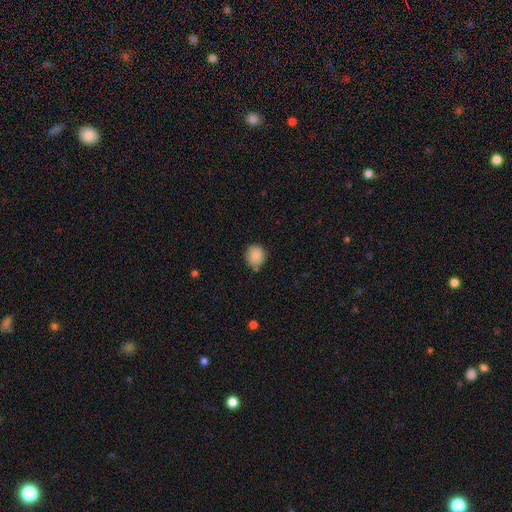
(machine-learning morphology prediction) type=smooth (86%); roundness=round (85%); merging=none (79%).